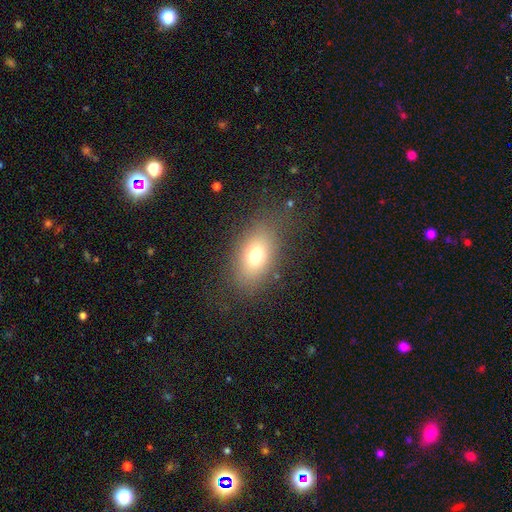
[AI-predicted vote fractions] The model was most divided on "smooth or featured": smooth: 72%, featured or disk: 15%, star or artifact: 13%. More confident: how rounded — in between (80%); merging — none (78%).